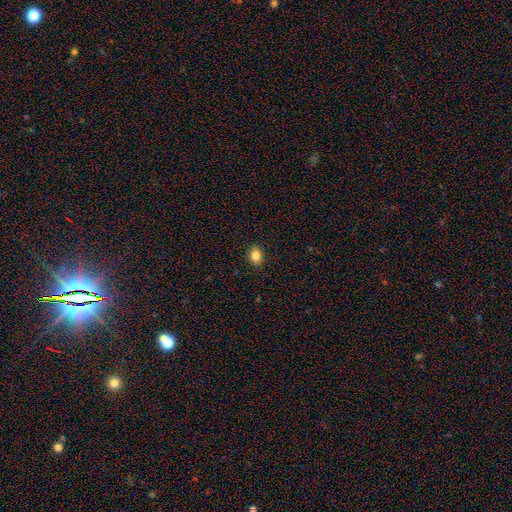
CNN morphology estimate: smooth 84%, star or artifact 10%, featured or disk 6%. Down the decision tree: how rounded — in between (62%); merging — none (89%).